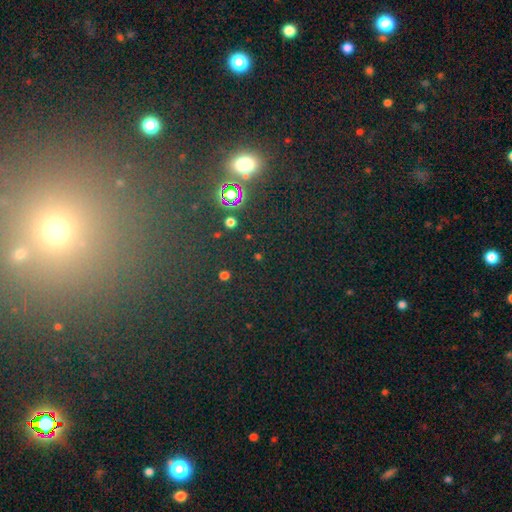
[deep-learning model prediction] Smooth or featured?
  - star or artifact: 59% *
  - smooth: 31%
  - featured or disk: 10%